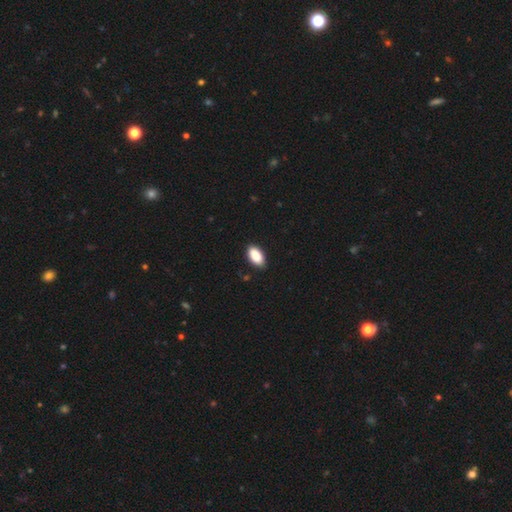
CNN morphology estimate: Smooth or featured? smooth (89%)
How rounded? in between (94%)
Merging? none (88%)